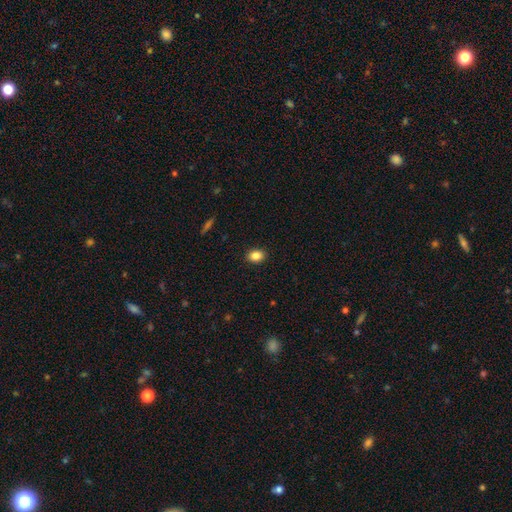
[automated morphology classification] Smooth or featured? Predicted: smooth (p=0.86). How rounded? Predicted: in between (p=0.62). Merging? Predicted: none (p=0.90).